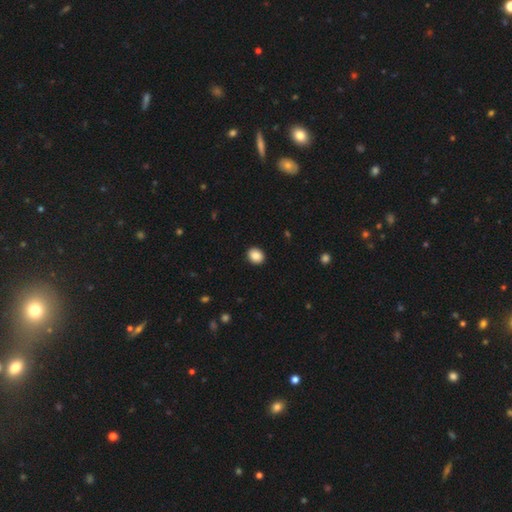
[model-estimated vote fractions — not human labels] Smooth or featured?
  - smooth: 88% *
  - star or artifact: 8%
  - featured or disk: 4%
How rounded?
  - round: 60% *
  - in between: 39%
  - cigar-shaped: 1%
Merging?
  - none: 92% *
  - minor disturbance: 5%
  - major disturbance: 2%
  - merger: 1%